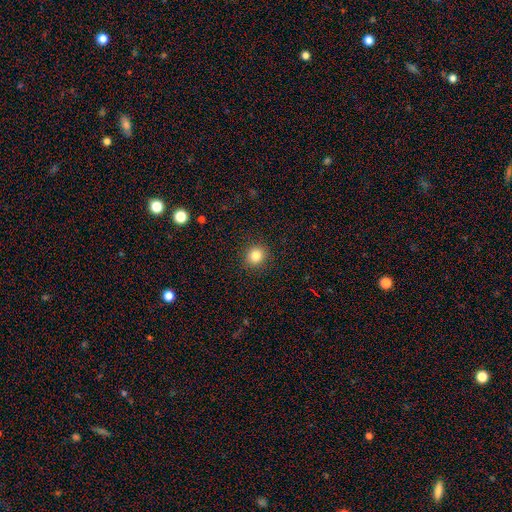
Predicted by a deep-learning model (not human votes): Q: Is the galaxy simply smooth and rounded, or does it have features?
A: smooth — 83%.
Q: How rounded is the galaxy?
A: round — 84%.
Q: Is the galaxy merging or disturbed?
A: none — 91%.